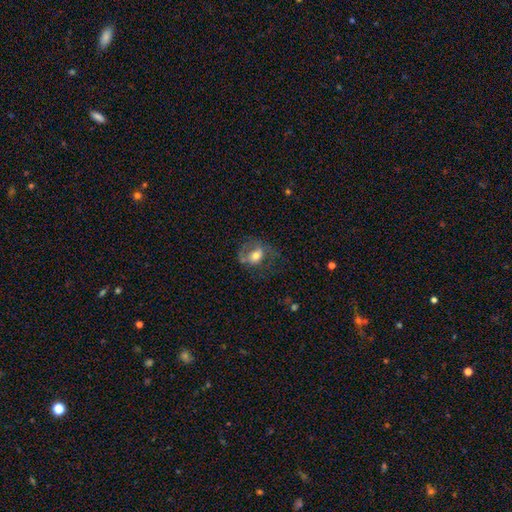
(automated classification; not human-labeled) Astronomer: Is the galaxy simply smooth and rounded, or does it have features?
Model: smooth — 54% (runner-up: featured or disk, 37%).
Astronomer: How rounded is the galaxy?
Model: in between — 54% (runner-up: round, 45%).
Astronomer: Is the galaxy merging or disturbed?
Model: none — 42% (runner-up: major disturbance, 31%).